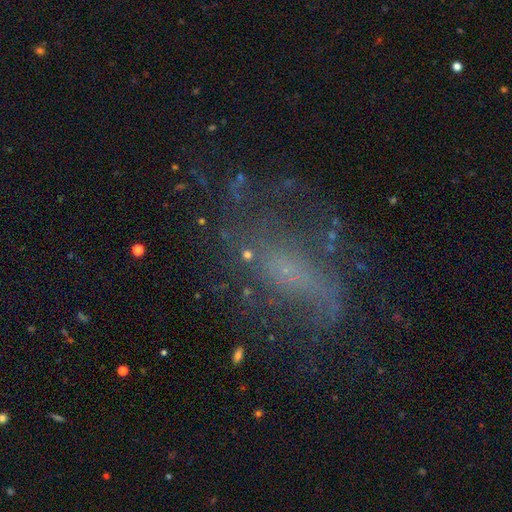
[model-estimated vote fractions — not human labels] Smooth or featured: featured or disk — 63% (smooth — 19%)
Edge-on disk: no — 94% (yes — 6%)
Bar: no — 66% (weak — 25%)
Spiral arms: yes — 62% (no — 38%)
Bulge size: small — 56% (none — 31%)
Merging: none — 51% (major disturbance — 26%)